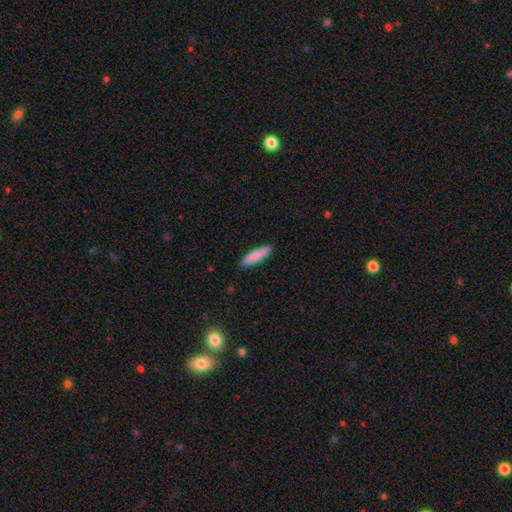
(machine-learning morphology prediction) smooth_or_featured: smooth (p=0.84) [alt: featured or disk p=0.11]
how_rounded: cigar-shaped (p=0.78) [alt: in between p=0.21]
merging: none (p=0.89) [alt: minor disturbance p=0.08]